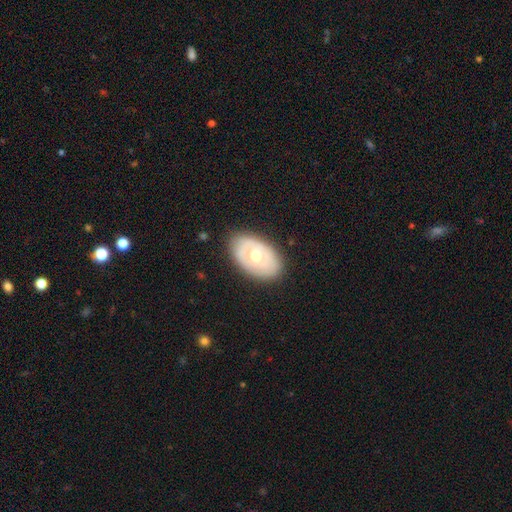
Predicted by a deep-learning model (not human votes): Q: Smooth or featured?
A: featured or disk (51%); runner-up: smooth (43%)
Q: Edge-on disk?
A: no (89%); runner-up: yes (11%)
Q: Merging?
A: none (81%); runner-up: minor disturbance (14%)